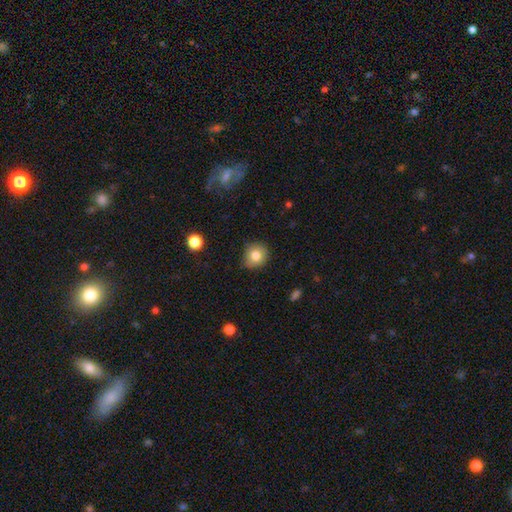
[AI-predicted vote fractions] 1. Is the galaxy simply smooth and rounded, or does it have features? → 81% smooth, 10% star or artifact, 9% featured or disk.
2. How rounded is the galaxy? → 83% round, 16% in between, 1% cigar-shaped.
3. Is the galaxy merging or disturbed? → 82% none, 14% minor disturbance, 2% major disturbance, 1% merger.